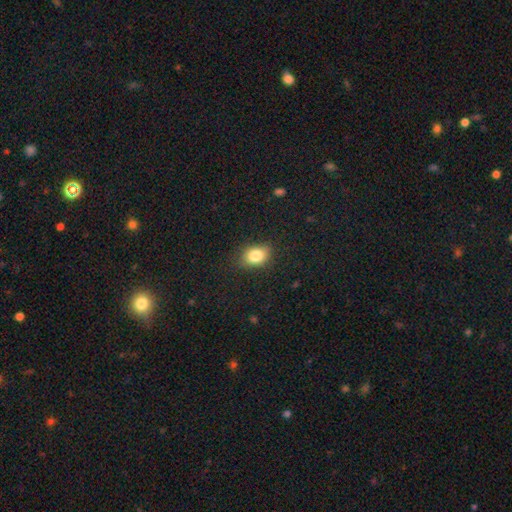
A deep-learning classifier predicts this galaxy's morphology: smooth-or-featured: smooth: 83% | star or artifact: 9% | featured or disk: 7%
  how-rounded: in between: 72% | round: 26% | cigar-shaped: 2%
  merging: none: 79% | minor disturbance: 16% | major disturbance: 4% | merger: 1%